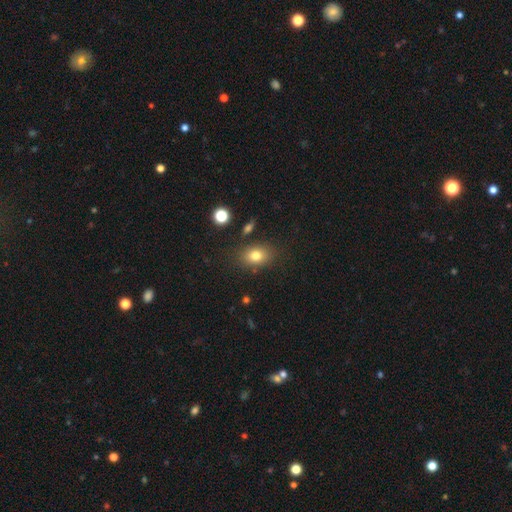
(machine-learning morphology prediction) This is likely a smooth galaxy (78%). How rounded: likely in between (71%). Merging: clearly none (80%).